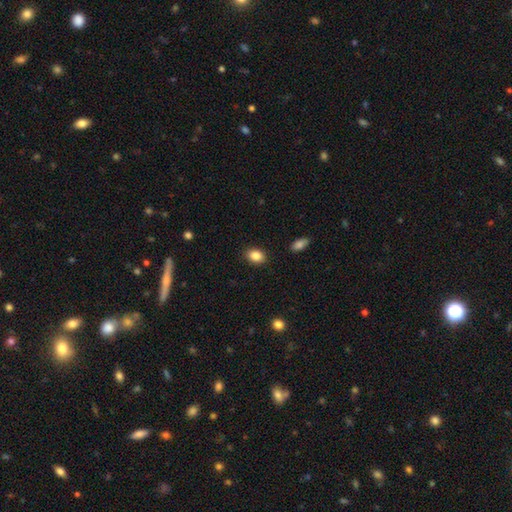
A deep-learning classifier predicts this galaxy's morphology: Overall: smooth (87%). How rounded: in between (76%). Merging: none (89%).